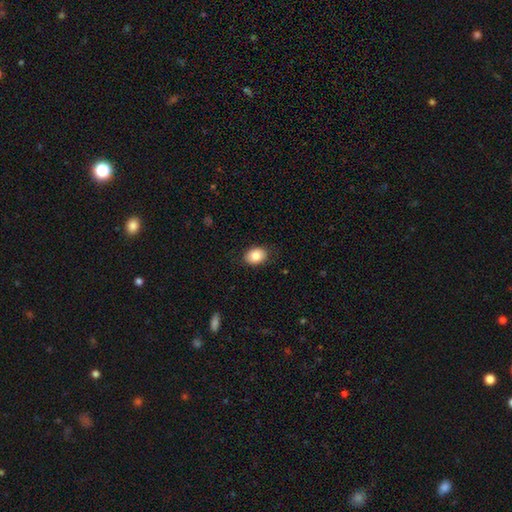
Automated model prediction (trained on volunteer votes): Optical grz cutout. It shows a smooth galaxy with no disk features (83%) that is in between round and cigar-shaped (72%). Merging: none (86%).